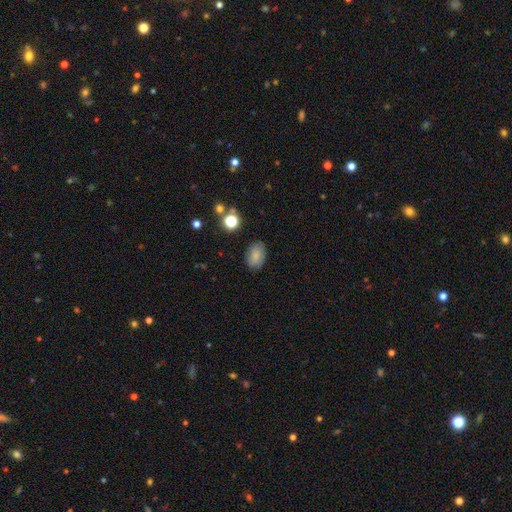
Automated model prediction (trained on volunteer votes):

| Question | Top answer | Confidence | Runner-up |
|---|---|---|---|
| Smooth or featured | smooth | 82% | star or artifact (10%) |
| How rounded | in between | 82% | round (17%) |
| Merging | none | 85% | minor disturbance (11%) |